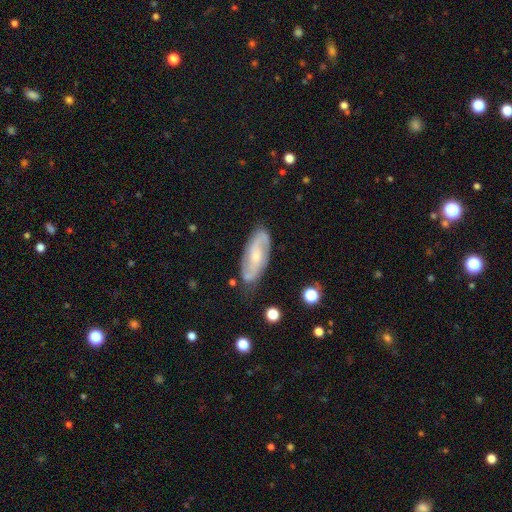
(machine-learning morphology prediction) The model was most divided on "bar": no: 49%, weak: 37%, strong: 13%. Remaining: edge-on disk — no (91%); spiral arms — yes (91%); spiral arm count — 2 (83%); merging — none (78%); smooth or featured — featured or disk (73%); bulge size — small (61%); spiral winding — medium (45%).